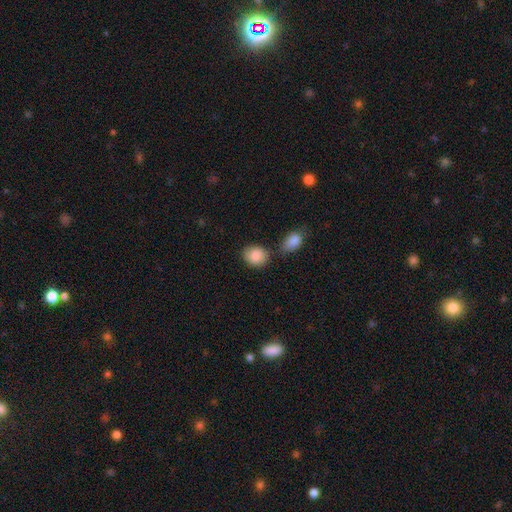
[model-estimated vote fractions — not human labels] Smooth or featured? smooth (87%)
How rounded? round (50%)
Merging? none (65%)